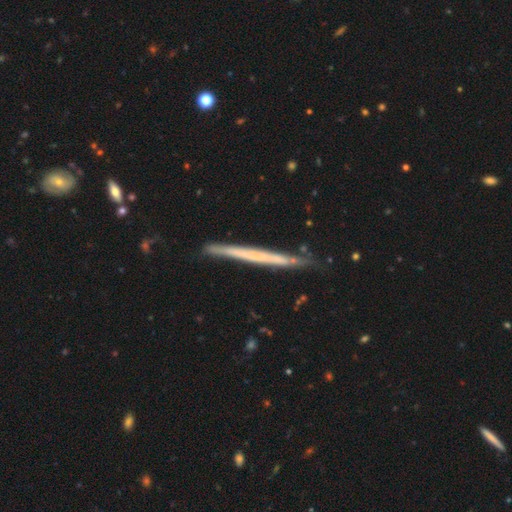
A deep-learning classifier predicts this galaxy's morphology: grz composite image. It shows a featured or disk galaxy (57%) viewed edge-on (96%) with no central bulge (91%). Merging: none (84%).